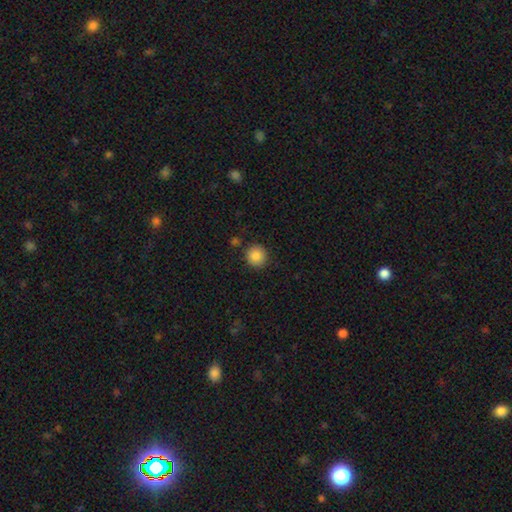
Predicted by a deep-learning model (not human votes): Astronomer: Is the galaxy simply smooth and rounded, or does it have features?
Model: smooth — 86%.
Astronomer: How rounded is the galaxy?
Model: round — 93%.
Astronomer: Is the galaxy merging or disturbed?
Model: none — 88%.